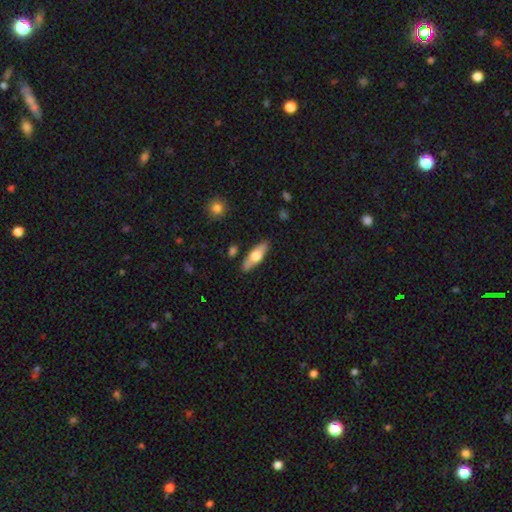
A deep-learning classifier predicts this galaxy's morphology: Smooth or featured? Predicted: smooth (p=0.51). How rounded? Predicted: in between (p=0.56). Merging? Predicted: none (p=0.86).